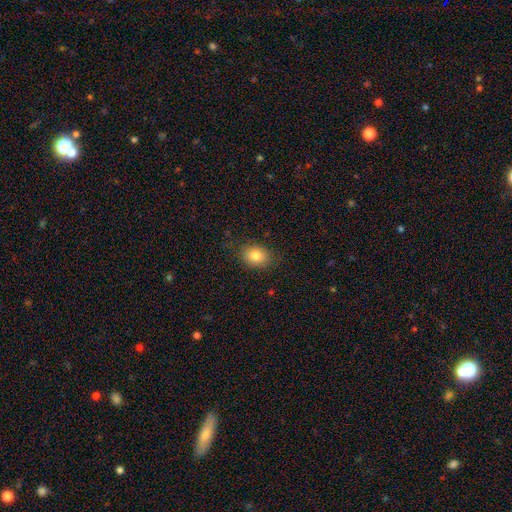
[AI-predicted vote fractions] Smooth or featured? smooth (81%)
How rounded? in between (62%)
Merging? none (84%)